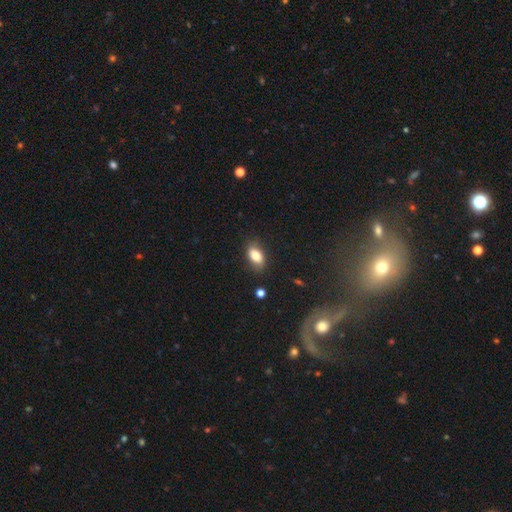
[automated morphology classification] A smooth galaxy with no disk features (79%) that is in between round and cigar-shaped (89%). Merging: none (76%).